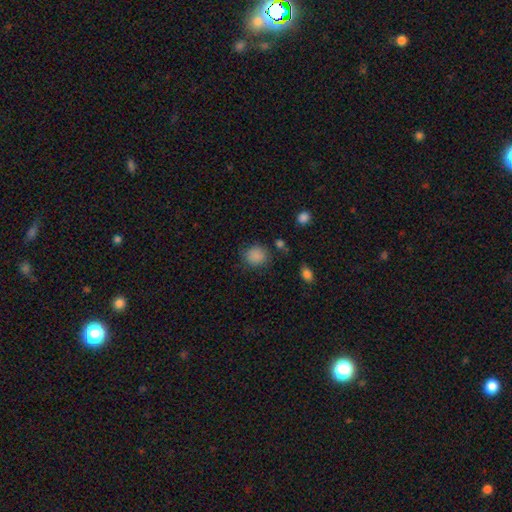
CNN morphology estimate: A smooth galaxy with no disk features (85%) that is round (82%).

Vote fractions:
- Smooth or featured? smooth: 85% / star or artifact: 11% / featured or disk: 4%
- How rounded? round: 82% / in between: 17% / cigar-shaped: 1%
- Merging? none: 80% / minor disturbance: 13% / major disturbance: 5% / merger: 3%